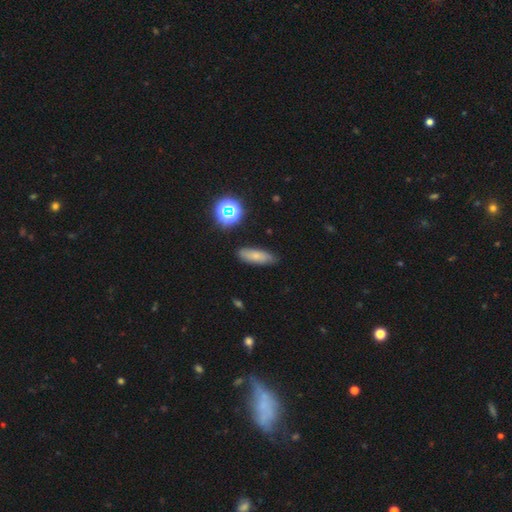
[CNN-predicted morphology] A smooth galaxy with no disk features (71%) that is in between round and cigar-shaped (61%).

Vote fractions:
- Smooth or featured? smooth: 71% / featured or disk: 17% / star or artifact: 12%
- How rounded? in between: 61% / cigar-shaped: 35% / round: 5%
- Merging? none: 81% / minor disturbance: 14% / major disturbance: 3% / merger: 2%